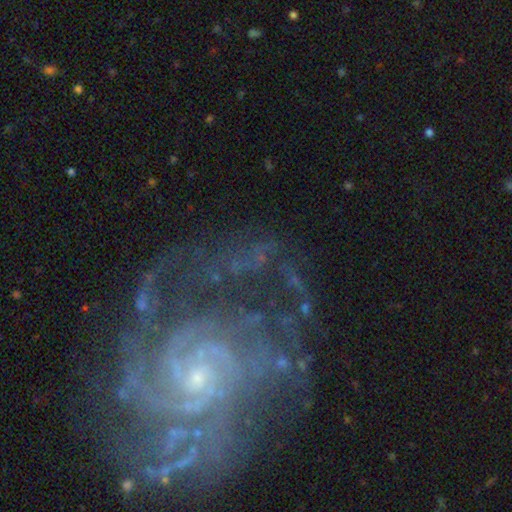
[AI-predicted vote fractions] A featured or disk galaxy (86%) with no bar (63%), tight (66%) spiral arms (96%) and a small central bulge (78%). Merging: none (58%).